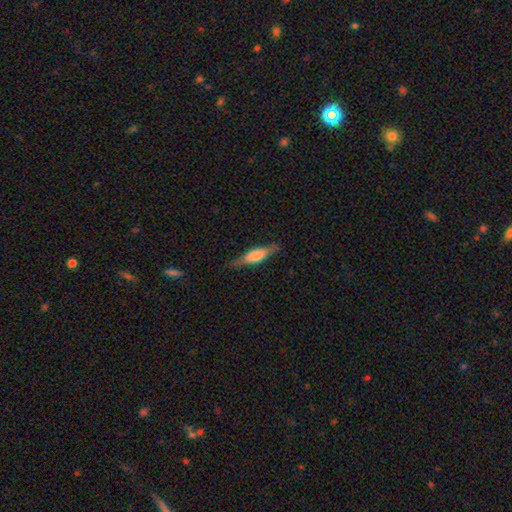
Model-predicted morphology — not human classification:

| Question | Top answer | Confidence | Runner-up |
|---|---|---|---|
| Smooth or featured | smooth | 61% | featured or disk (32%) |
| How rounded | cigar-shaped | 62% | in between (36%) |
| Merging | none | 79% | minor disturbance (16%) |